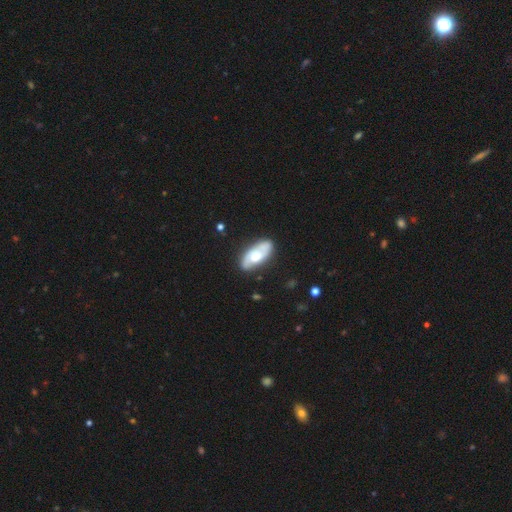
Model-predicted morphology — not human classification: Smooth or featured: featured or disk — 62% (smooth — 32%)
Edge-on disk: no — 89% (yes — 11%)
Bar: no — 69% (weak — 26%)
Spiral arms: yes — 79% (no — 21%)
Bulge size: moderate — 65% (large — 19%)
Merging: none — 78% (minor disturbance — 15%)